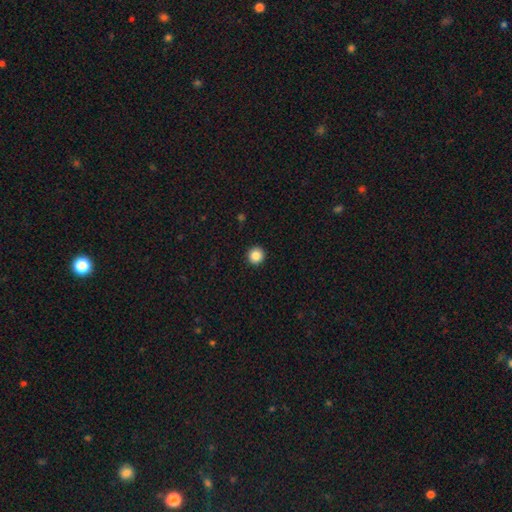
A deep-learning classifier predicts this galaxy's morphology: Smooth or featured? Predicted: smooth (p=0.86). How rounded? Predicted: round (p=0.95). Merging? Predicted: none (p=0.94).